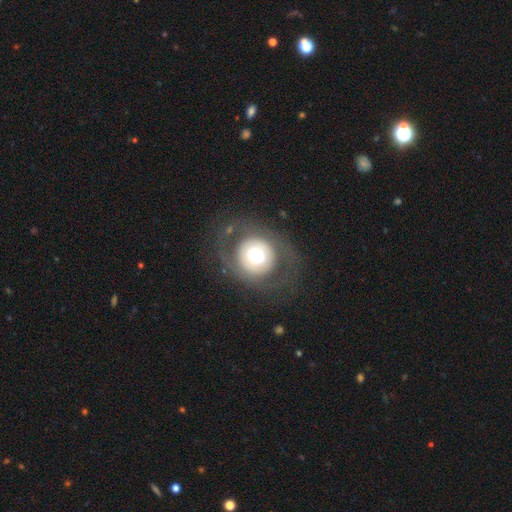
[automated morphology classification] A smooth galaxy with no disk features (49%). Merging: none (75%).